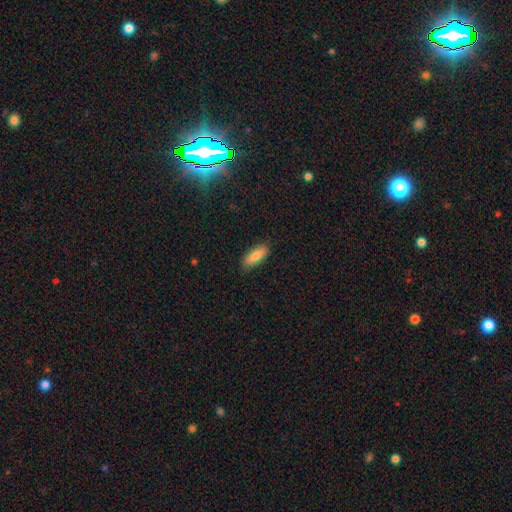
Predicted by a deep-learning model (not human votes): Q: Smooth or featured?
A: smooth (81%); runner-up: featured or disk (13%)
Q: How rounded?
A: in between (69%); runner-up: cigar-shaped (29%)
Q: Merging?
A: none (86%); runner-up: minor disturbance (11%)